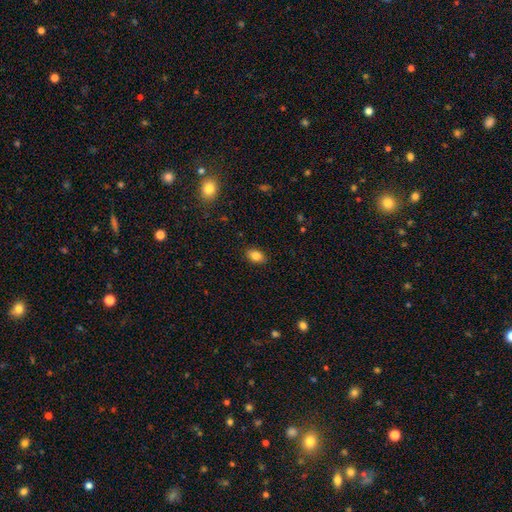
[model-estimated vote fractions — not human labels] The model was most divided on "how rounded": in between: 83%, round: 15%, cigar-shaped: 2%. More confident: merging — none (88%); smooth or featured — smooth (83%).